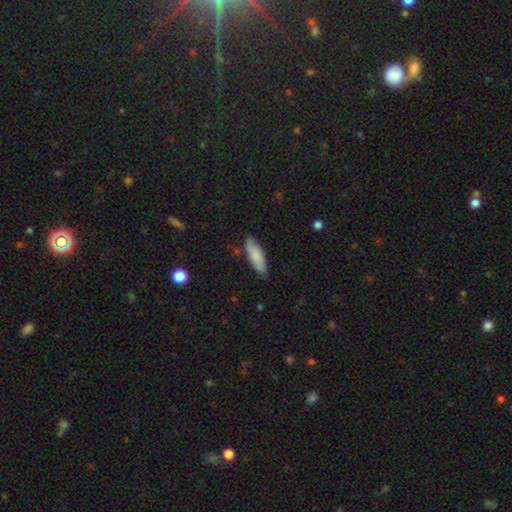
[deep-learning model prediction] smooth_or_featured: smooth (p=0.83) [alt: featured or disk p=0.11]
how_rounded: in between (p=0.55) [alt: cigar-shaped p=0.43]
merging: none (p=0.82) [alt: minor disturbance p=0.14]